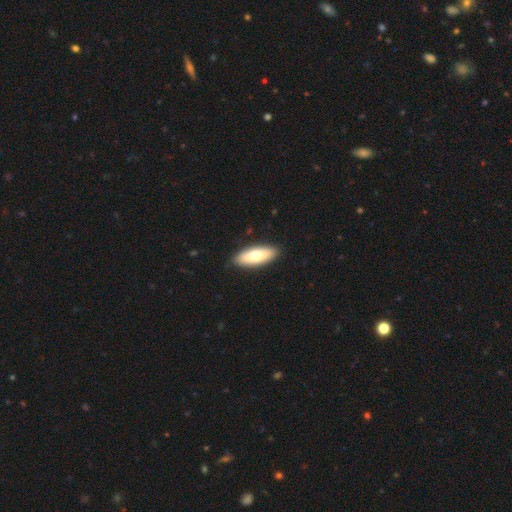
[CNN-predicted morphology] type=smooth (70%); roundness=in between (74%); merging=none (89%).